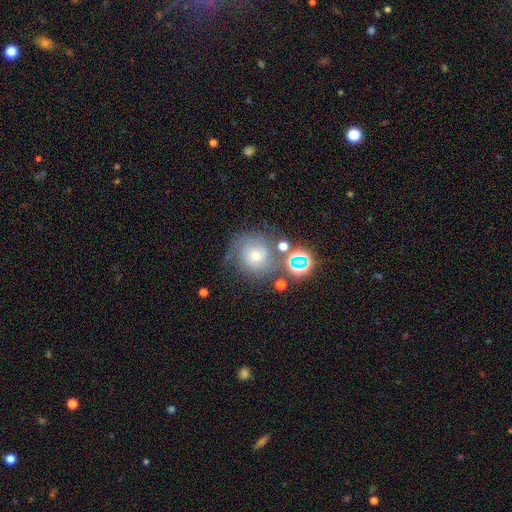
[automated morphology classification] smooth-or-featured: featured or disk: 48% | smooth: 29% | star or artifact: 24%
  merging: none: 59% | minor disturbance: 17% | merger: 13% | major disturbance: 11%